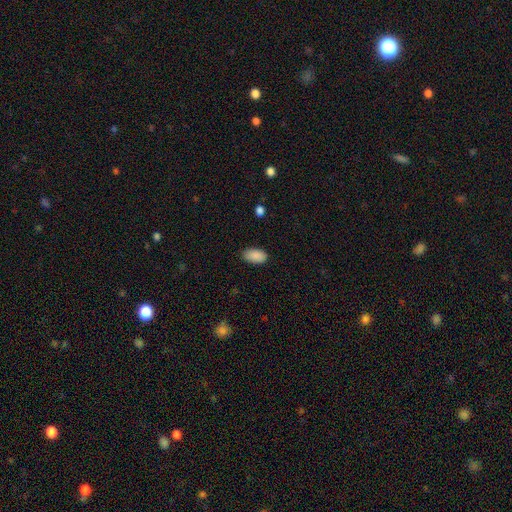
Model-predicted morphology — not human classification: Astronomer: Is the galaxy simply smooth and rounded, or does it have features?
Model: smooth — 90%.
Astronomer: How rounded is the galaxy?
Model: in between — 94%.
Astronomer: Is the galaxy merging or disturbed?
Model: none — 84%.